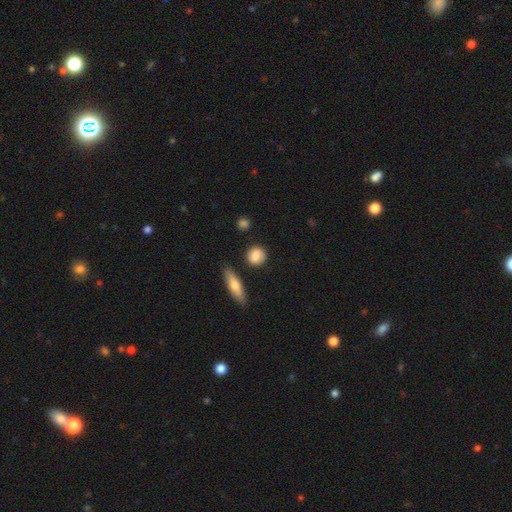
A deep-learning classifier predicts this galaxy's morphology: Smooth or featured?
  - smooth: 83% *
  - featured or disk: 10%
  - star or artifact: 7%
How rounded?
  - round: 76% *
  - in between: 20%
  - cigar-shaped: 4%
Merging?
  - none: 82% *
  - minor disturbance: 12%
  - major disturbance: 3%
  - merger: 3%